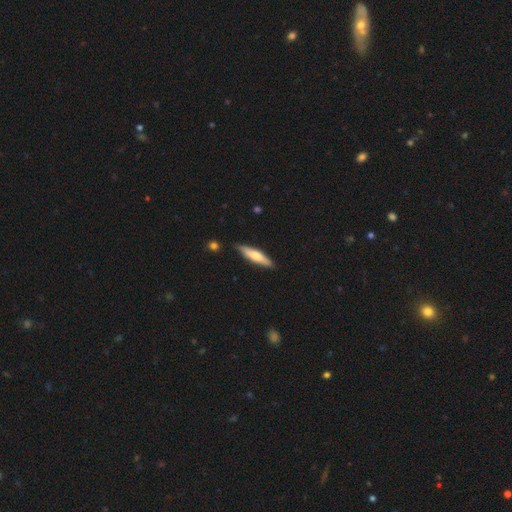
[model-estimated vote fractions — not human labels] smooth 59%, featured or disk 36%, star or artifact 5%. Down the decision tree: how rounded — cigar-shaped (79%); merging — none (84%).